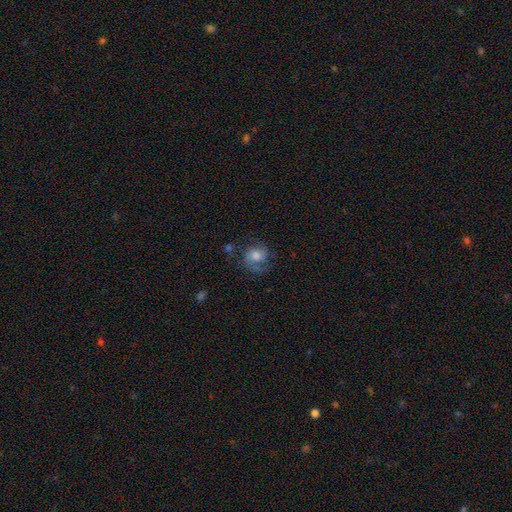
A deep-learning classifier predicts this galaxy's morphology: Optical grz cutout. It shows a featured or disk galaxy (65%) with no bar (65%), 2 (76%) medium (50%) spiral arms (92%) and a moderate central bulge (51%). Merging: none (67%).